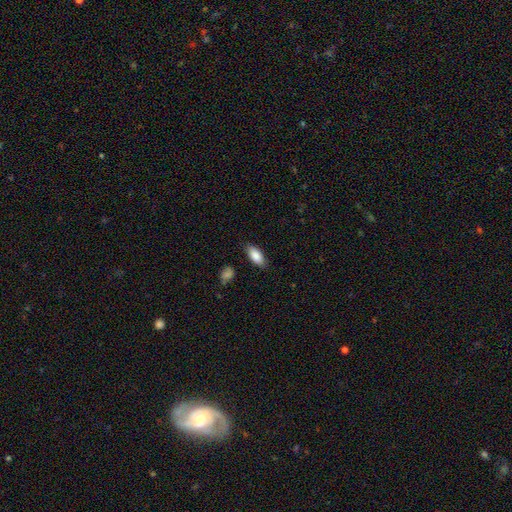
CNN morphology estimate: A smooth galaxy with no disk features (86%) that is in between round and cigar-shaped (88%).

Vote fractions:
- Smooth or featured? smooth: 86% / featured or disk: 7% / star or artifact: 6%
- How rounded? in between: 88% / cigar-shaped: 9% / round: 2%
- Merging? none: 83% / minor disturbance: 13% / major disturbance: 3% / merger: 2%